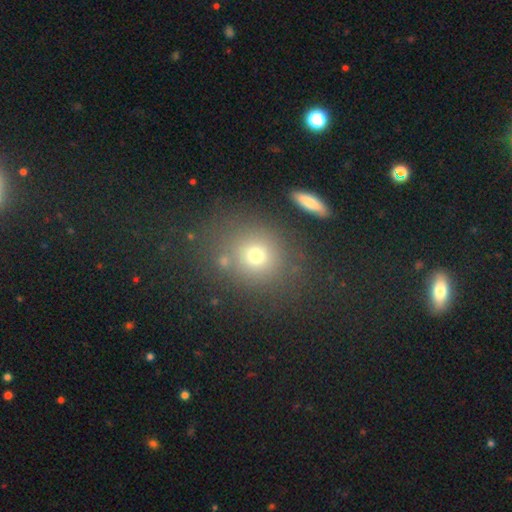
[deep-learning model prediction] The model was most divided on "smooth or featured": smooth: 71%, star or artifact: 17%, featured or disk: 11%. More confident: merging — none (77%); how rounded — round (77%).